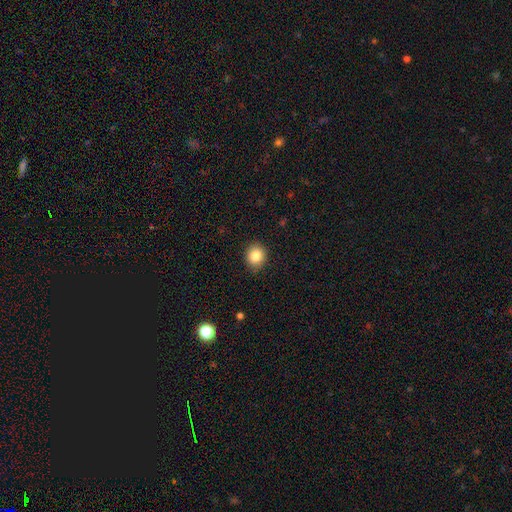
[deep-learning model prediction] A smooth galaxy with no disk features (85%) that is round (74%). Merging: none (88%).